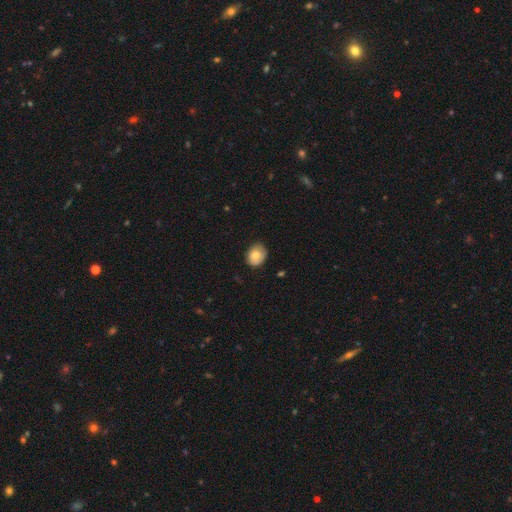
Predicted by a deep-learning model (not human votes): Smooth or featured? Predicted: smooth (p=0.75). How rounded? Predicted: in between (p=0.55). Merging? Predicted: none (p=0.77).